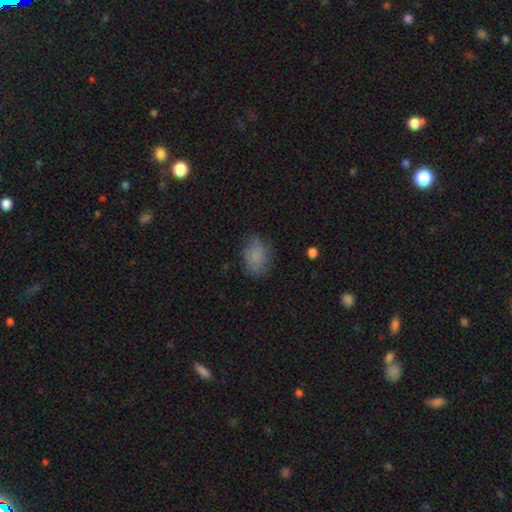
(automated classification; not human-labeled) Smooth or featured? smooth (77%)
How rounded? in between (70%)
Merging? none (65%)